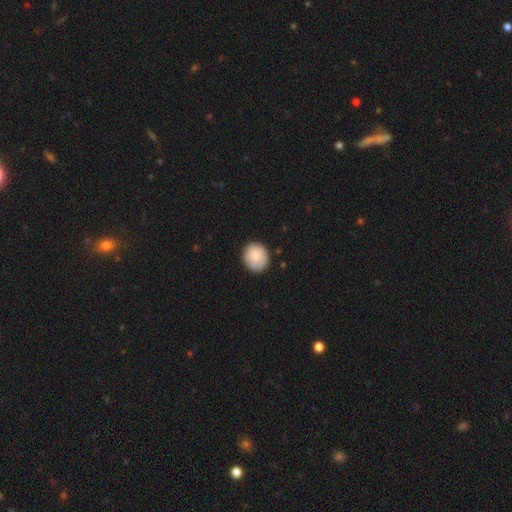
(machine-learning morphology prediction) Smooth or featured? Predicted: smooth (p=0.83). How rounded? Predicted: round (p=0.79). Merging? Predicted: none (p=0.83).